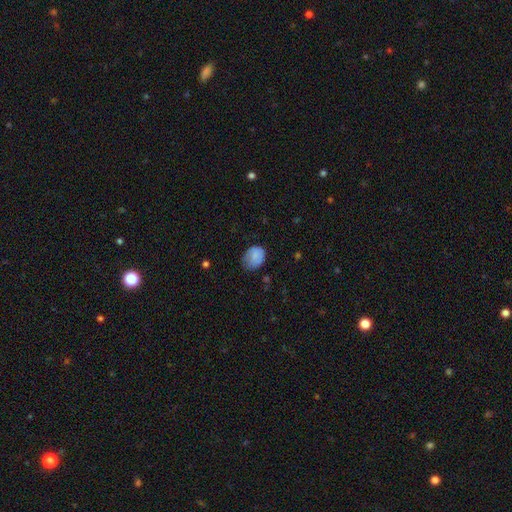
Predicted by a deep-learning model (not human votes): This appears to be a smooth galaxy with no disk features (79%) that is round (53%). Merging: none (54%).